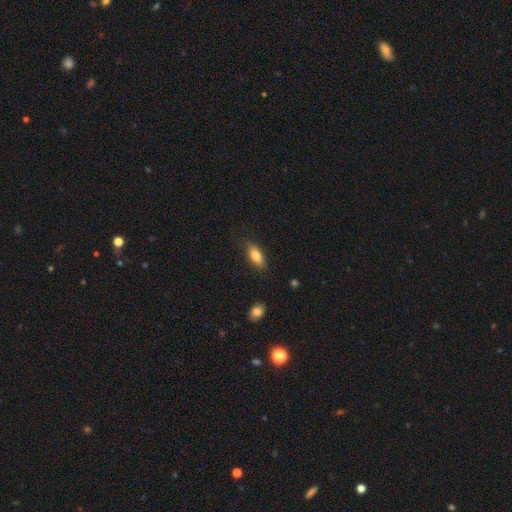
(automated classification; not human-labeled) The model was most divided on "how rounded": in between: 78%, cigar-shaped: 19%, round: 3%. More confident: merging — none (83%); smooth or featured — smooth (79%).